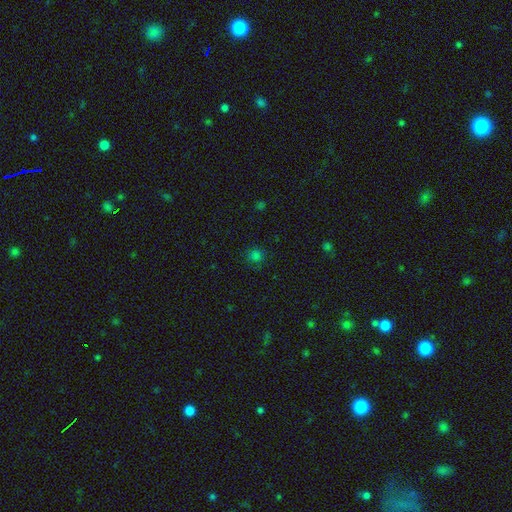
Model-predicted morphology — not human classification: type=smooth (74%); roundness=round (89%); merging=none (85%).